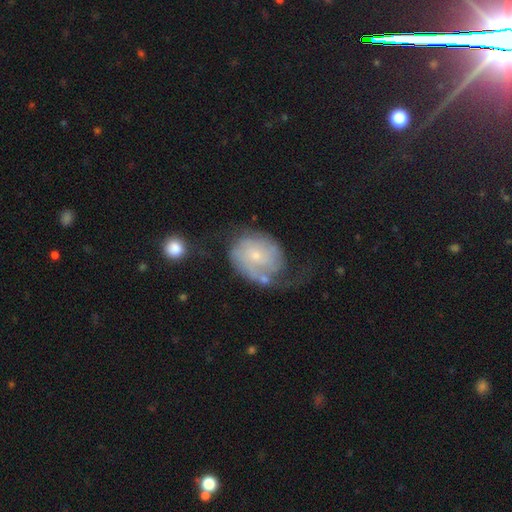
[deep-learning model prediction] smooth-or-featured: featured or disk: 67% | smooth: 26% | star or artifact: 7%
  disk-edge-on: no: 97% | yes: 3%
    bar: no: 73% | weak: 24% | strong: 4%
    has-spiral-arms: yes: 85% | no: 15%
      spiral-winding: tight: 39% | medium: 35% | loose: 25%
      spiral-arm-count: 2: 40% | can't tell: 25% | 1: 24% | 3: 6% | 4: 2% | more than 4: 2%
    bulge-size: small: 70% | moderate: 24% | none: 3% | large: 2% | dominant: 1%
  merging: none: 37% | major disturbance: 33% | minor disturbance: 24% | merger: 6%